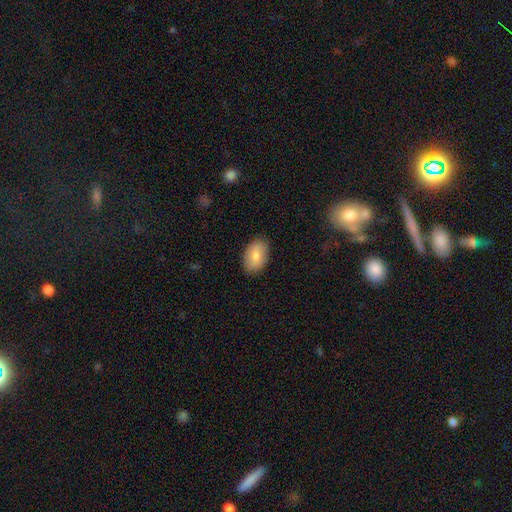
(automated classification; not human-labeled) Q: Smooth or featured?
A: smooth (81%); runner-up: featured or disk (12%)
Q: How rounded?
A: in between (90%); runner-up: round (8%)
Q: Merging?
A: none (87%); runner-up: minor disturbance (10%)